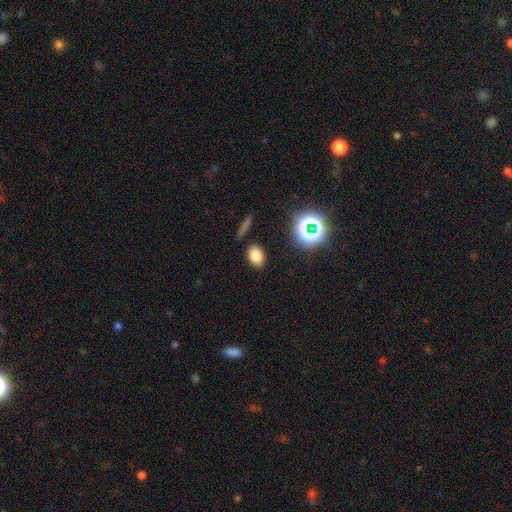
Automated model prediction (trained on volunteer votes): A smooth galaxy with no disk features (76%) that is in between round and cigar-shaped (76%). Merging: none (85%).